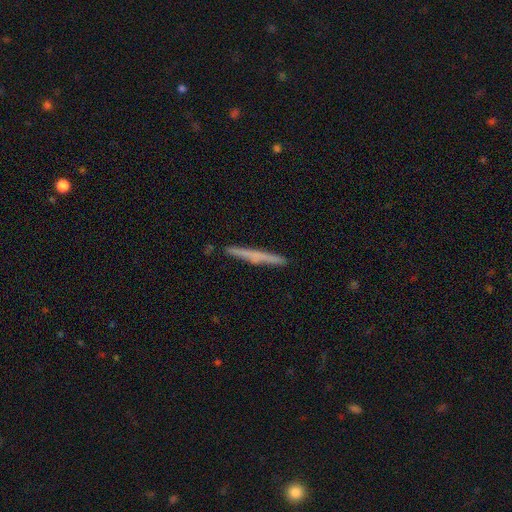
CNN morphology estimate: This appears to be a smooth galaxy with no disk features (51%) that is cigar-shaped (97%). Merging: none (91%).